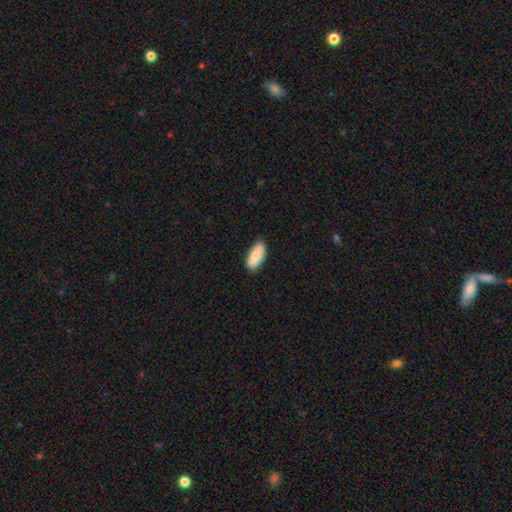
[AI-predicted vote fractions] Smooth or featured? smooth (81%)
How rounded? in between (87%)
Merging? none (84%)